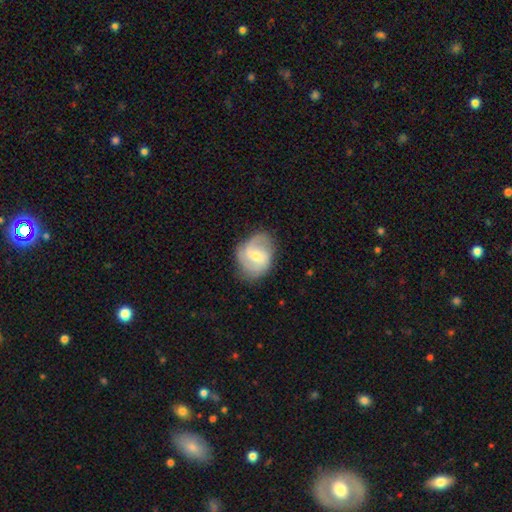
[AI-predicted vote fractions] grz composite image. It shows a featured or disk galaxy (71%) with a weak bar (49%), 2 (57%) medium (49%) spiral arms (92%) and a small central bulge (48%, tied with moderate). Merging: none (72%).